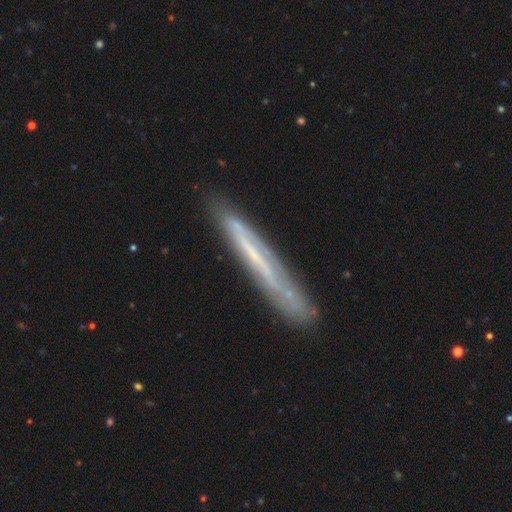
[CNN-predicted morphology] Smooth or featured?
  - featured or disk: 60% *
  - smooth: 33%
  - star or artifact: 7%
Edge-on disk?
  - yes: 84% *
  - no: 16%
Edge-on bulge?
  - none: 88% *
  - rounded: 6%
  - boxy: 5%
Merging?
  - none: 79% *
  - minor disturbance: 15%
  - major disturbance: 4%
  - merger: 2%